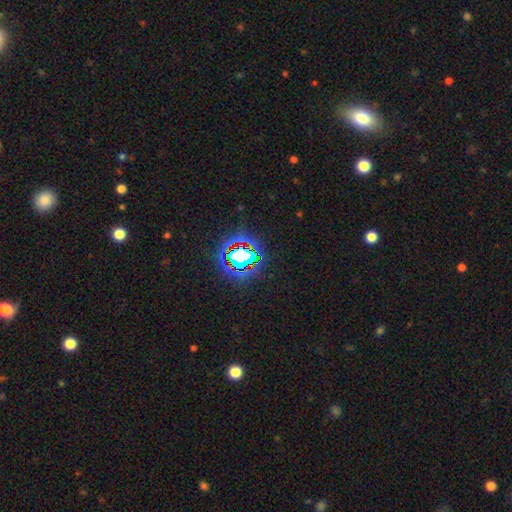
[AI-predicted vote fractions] A star or artifact, not a galaxy (79%).